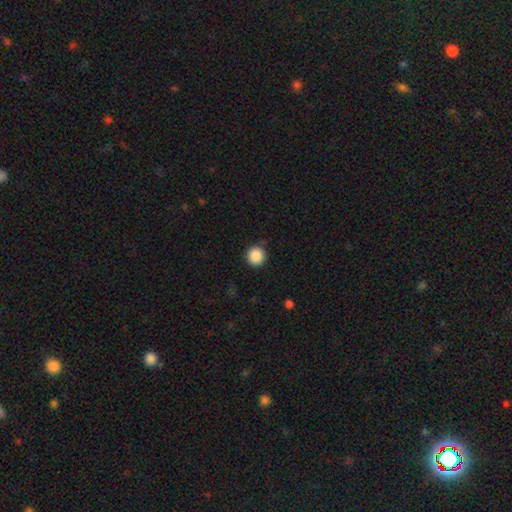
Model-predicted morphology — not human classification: Smooth or featured? Predicted: smooth (p=0.87). How rounded? Predicted: round (p=0.94). Merging? Predicted: none (p=0.87).